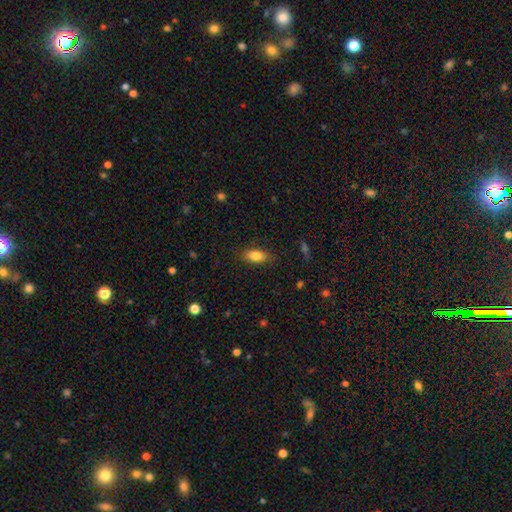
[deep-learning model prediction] This appears to be a smooth galaxy with no disk features (83%) that is in between round and cigar-shaped (85%). Merging: none (83%).